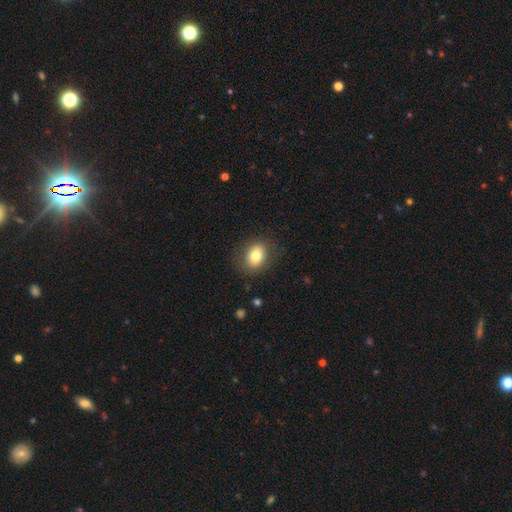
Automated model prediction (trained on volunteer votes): smooth 79%, featured or disk 13%, star or artifact 9%. Down the decision tree: how rounded — in between (63%); merging — none (84%).